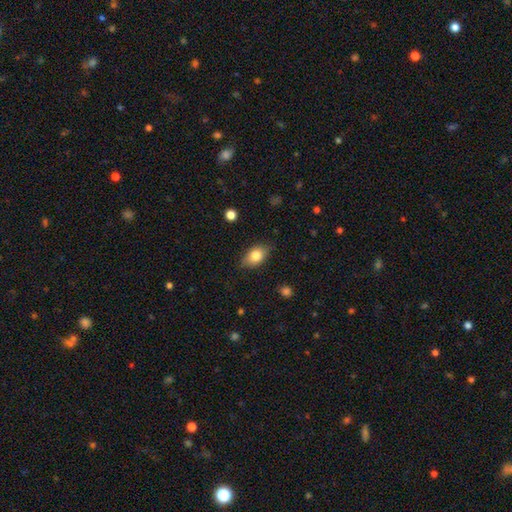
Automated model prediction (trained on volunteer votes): smooth 80%, featured or disk 12%, star or artifact 8%. Down the decision tree: how rounded — in between (85%); merging — none (80%).